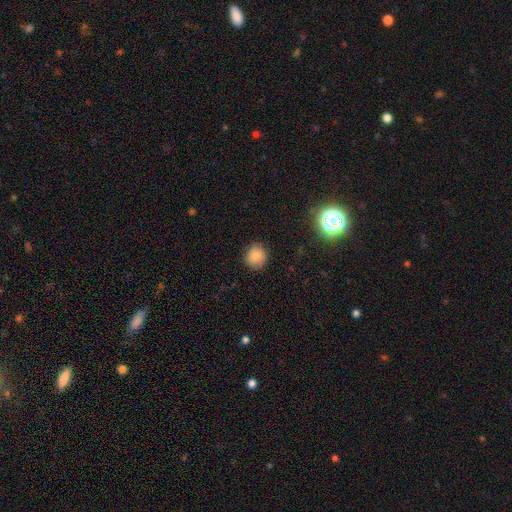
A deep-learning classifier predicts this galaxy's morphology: Smooth or featured? smooth (84%)
How rounded? round (87%)
Merging? none (85%)